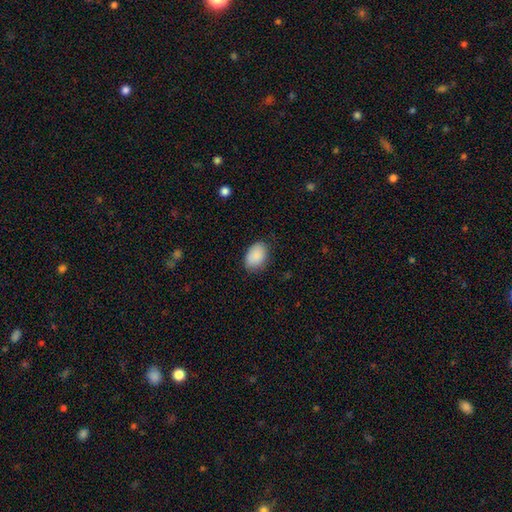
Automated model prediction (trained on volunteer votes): Smooth or featured?
  - smooth: 89% *
  - star or artifact: 7%
  - featured or disk: 5%
How rounded?
  - in between: 86% *
  - round: 13%
  - cigar-shaped: 1%
Merging?
  - none: 79% *
  - minor disturbance: 17%
  - major disturbance: 3%
  - merger: 1%